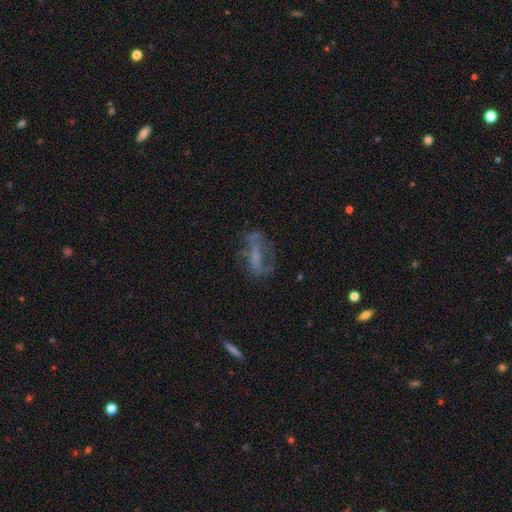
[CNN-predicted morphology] smooth_or_featured: featured or disk (p=0.56) [alt: smooth p=0.29]
disk_edge_on: no (p=0.88) [alt: yes p=0.12]
merging: none (p=0.46) [alt: major disturbance p=0.28]